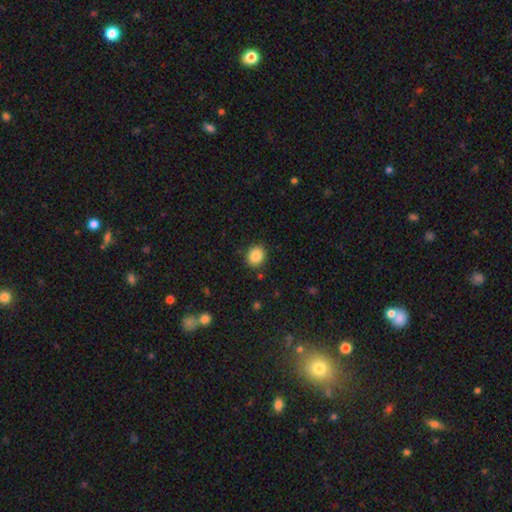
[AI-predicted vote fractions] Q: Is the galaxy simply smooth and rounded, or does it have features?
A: smooth — 86%.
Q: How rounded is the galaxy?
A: round — 68%.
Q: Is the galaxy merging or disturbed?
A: none — 88%.